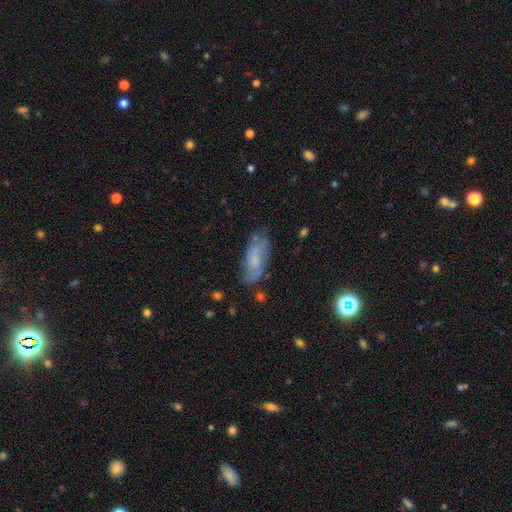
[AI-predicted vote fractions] A featured or disk galaxy (46%).

Vote fractions:
- Smooth or featured? featured or disk: 46% / smooth: 43% / star or artifact: 11%
- Merging? none: 66% / minor disturbance: 23% / major disturbance: 9% / merger: 3%